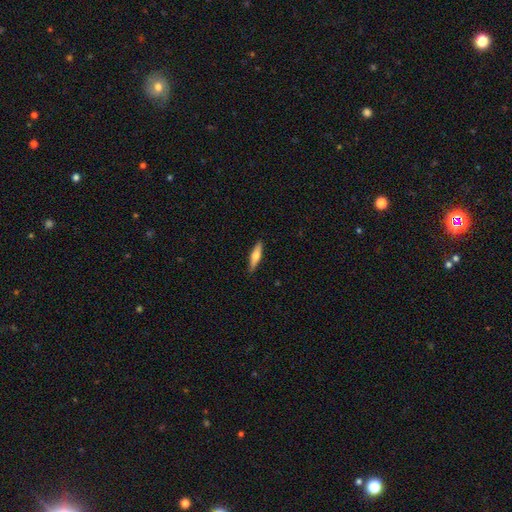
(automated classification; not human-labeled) The model was most divided on "smooth or featured": smooth: 53%, featured or disk: 41%, star or artifact: 6%. More confident: merging — none (89%); how rounded — cigar-shaped (74%).